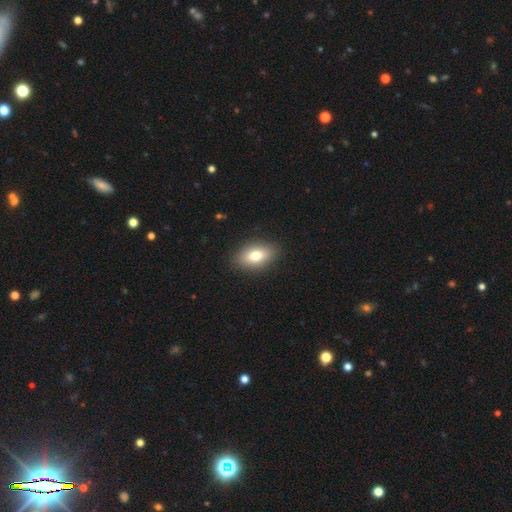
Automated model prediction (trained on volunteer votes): smooth_or_featured: smooth (p=0.75) [alt: featured or disk p=0.16]
how_rounded: in between (p=0.85) [alt: round p=0.11]
merging: none (p=0.88) [alt: minor disturbance p=0.08]